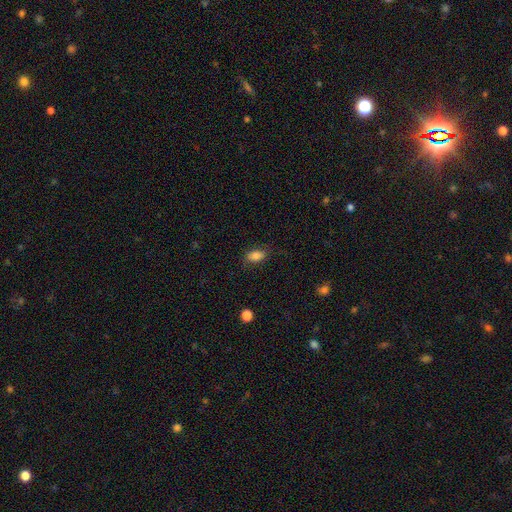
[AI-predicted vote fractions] smooth 82%, featured or disk 10%, star or artifact 9%. Down the decision tree: how rounded — in between (89%); merging — none (76%).